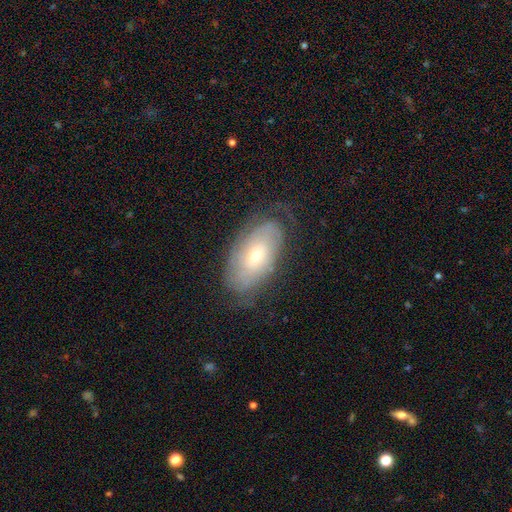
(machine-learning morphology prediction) Smooth or featured? Predicted: featured or disk (p=0.60). Edge-on disk? Predicted: no (p=0.91). Bar? Predicted: no (p=0.77). Spiral arms? Predicted: yes (p=0.78). Bulge size? Predicted: small (p=0.51). Merging? Predicted: none (p=0.69).